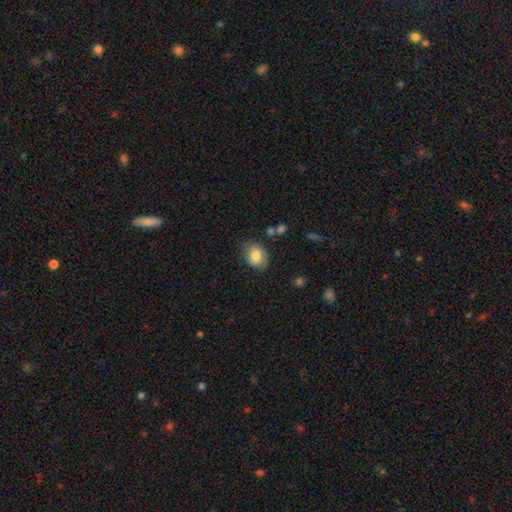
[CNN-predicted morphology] This is likely a smooth galaxy (74%). How rounded: likely in between (63%). Merging: likely none (62%).